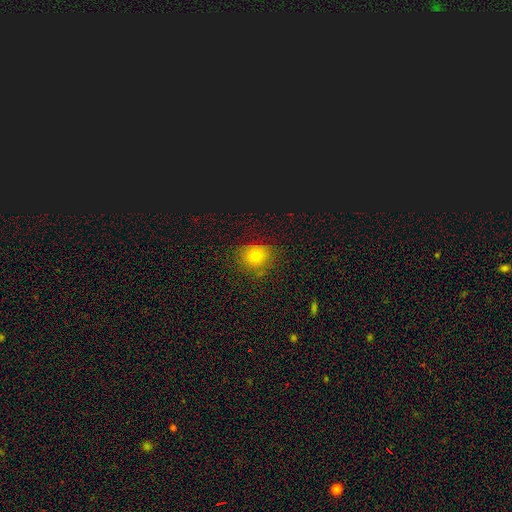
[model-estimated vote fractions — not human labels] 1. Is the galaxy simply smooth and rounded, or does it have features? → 73% smooth, 18% star or artifact, 9% featured or disk.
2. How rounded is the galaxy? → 68% round, 31% in between, 1% cigar-shaped.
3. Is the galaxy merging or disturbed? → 74% none, 18% minor disturbance, 5% major disturbance, 2% merger.